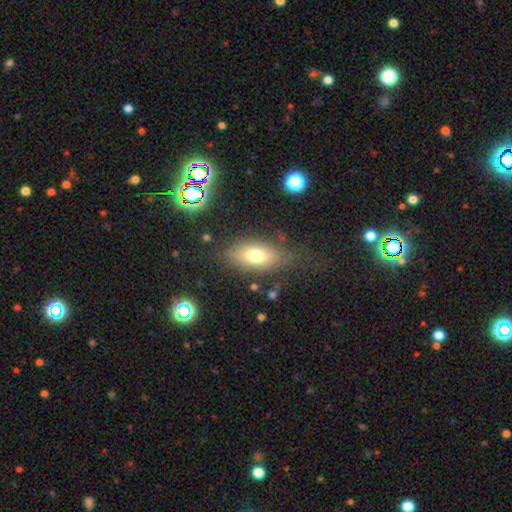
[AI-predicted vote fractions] Smooth or featured? smooth (69%)
How rounded? in between (82%)
Merging? none (70%)